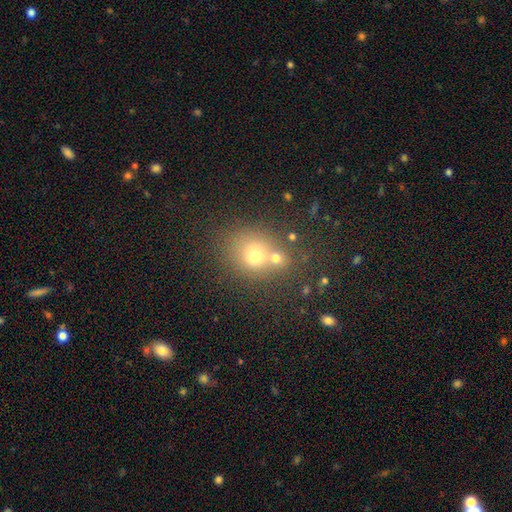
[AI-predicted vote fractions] smooth-or-featured: smooth: 69% | star or artifact: 17% | featured or disk: 15%
  how-rounded: round: 70% | in between: 29% | cigar-shaped: 1%
  merging: none: 47% | merger: 37% | minor disturbance: 11% | major disturbance: 5%